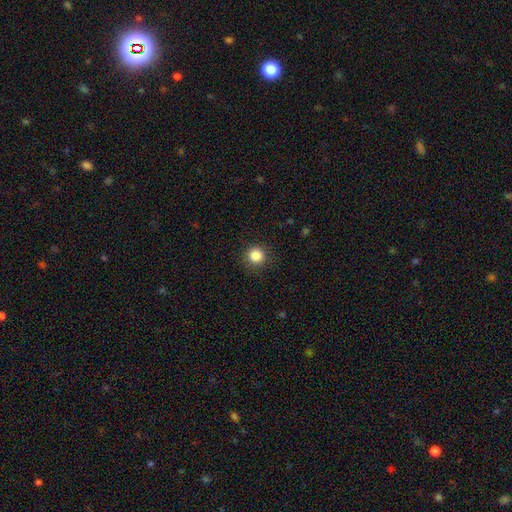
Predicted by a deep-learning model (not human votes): smooth 85%, star or artifact 11%, featured or disk 4%. Down the decision tree: how rounded — round (94%); merging — none (89%).